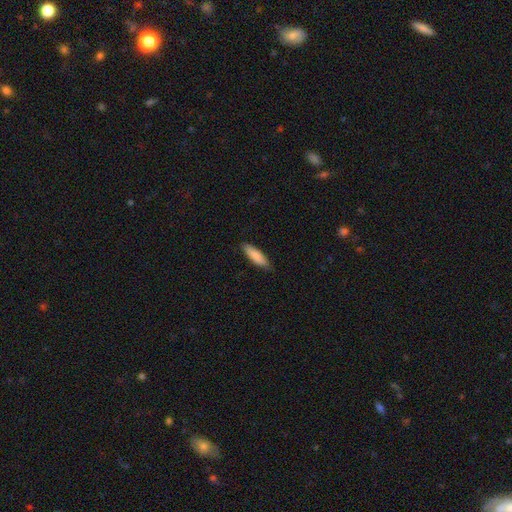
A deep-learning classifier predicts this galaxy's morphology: smooth_or_featured: smooth (p=0.85) [alt: featured or disk p=0.10]
how_rounded: cigar-shaped (p=0.62) [alt: in between p=0.36]
merging: none (p=0.85) [alt: minor disturbance p=0.12]